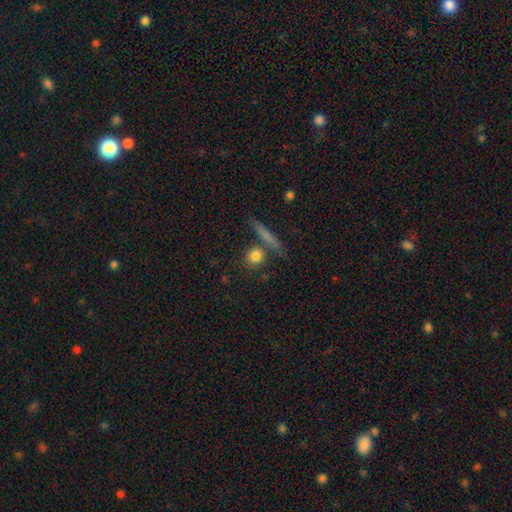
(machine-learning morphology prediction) smooth 80%, featured or disk 11%, star or artifact 9%. Down the decision tree: how rounded — round (79%); merging — none (72%).